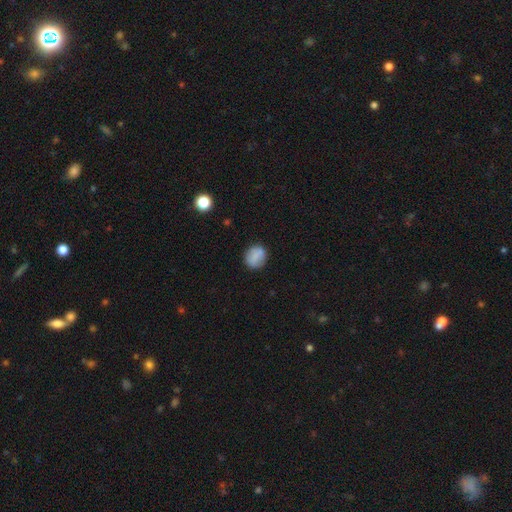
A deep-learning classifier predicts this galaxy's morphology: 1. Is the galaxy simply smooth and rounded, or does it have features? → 79% smooth, 13% featured or disk, 8% star or artifact.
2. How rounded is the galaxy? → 66% round, 32% in between, 1% cigar-shaped.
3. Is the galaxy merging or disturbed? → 81% none, 13% minor disturbance, 3% major disturbance, 2% merger.